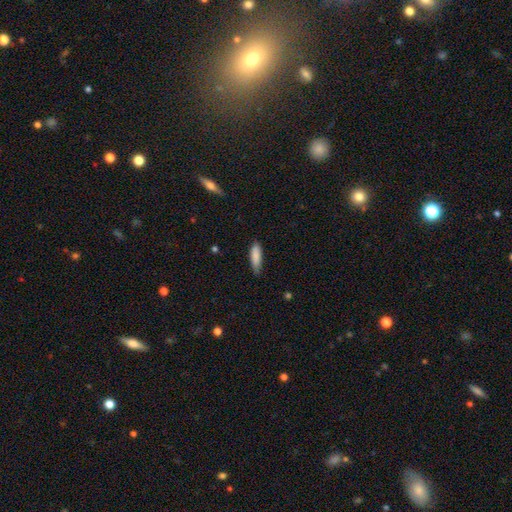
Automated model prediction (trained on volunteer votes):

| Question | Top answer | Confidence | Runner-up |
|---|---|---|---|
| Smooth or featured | smooth | 86% | featured or disk (8%) |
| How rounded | cigar-shaped | 59% | in between (40%) |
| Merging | none | 67% | minor disturbance (28%) |